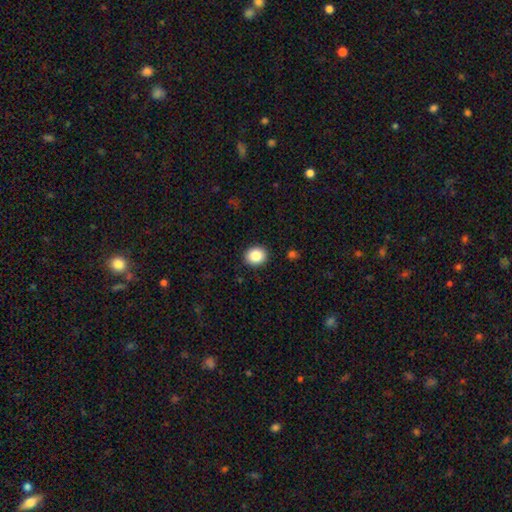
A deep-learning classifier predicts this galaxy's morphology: Smooth or featured?
  - smooth: 87% *
  - star or artifact: 9%
  - featured or disk: 4%
How rounded?
  - round: 72% *
  - in between: 27%
  - cigar-shaped: 1%
Merging?
  - none: 91% *
  - minor disturbance: 6%
  - major disturbance: 2%
  - merger: 1%